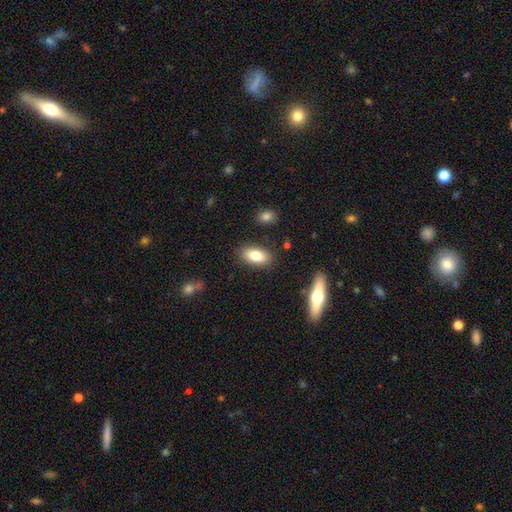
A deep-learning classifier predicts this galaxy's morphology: Smooth or featured? smooth (79%)
How rounded? in between (90%)
Merging? none (85%)